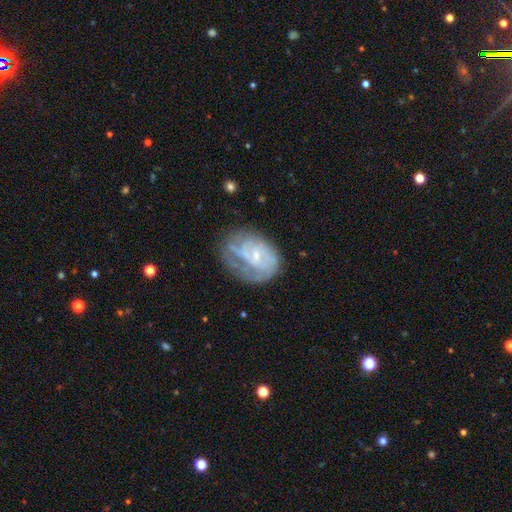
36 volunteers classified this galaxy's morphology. featured or disk 78%, smooth 17%, star or artifact 6%. Down the decision tree: edge-on disk — no (96%); bar — no (52%); spiral arms — yes (81%); spiral arm count — can't tell (59%); spiral winding — tight (77%); bulge size — small (78%); merging — none (47%).